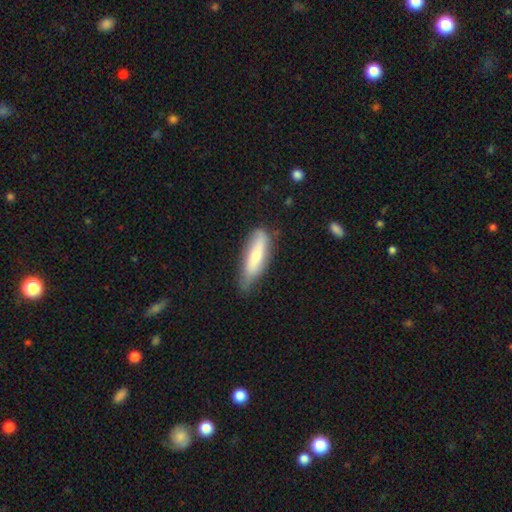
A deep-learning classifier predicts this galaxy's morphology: Q: Smooth or featured?
A: smooth (61%); runner-up: featured or disk (33%)
Q: How rounded?
A: cigar-shaped (52%); runner-up: in between (46%)
Q: Merging?
A: none (58%); runner-up: minor disturbance (33%)